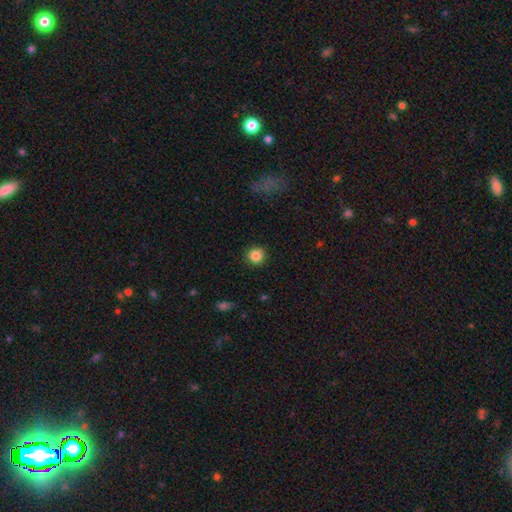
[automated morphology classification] Overall: smooth (85%). How rounded: round (94%). Merging: none (92%).